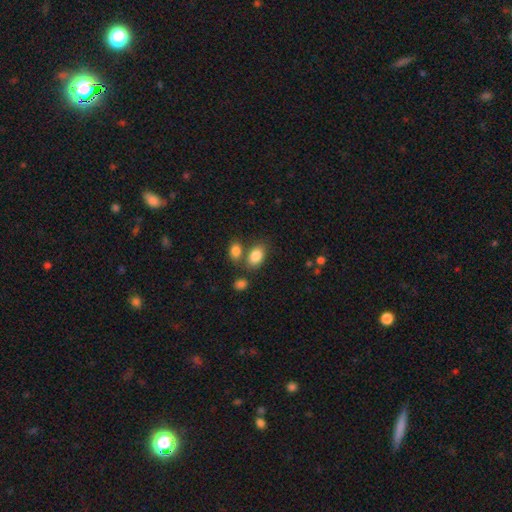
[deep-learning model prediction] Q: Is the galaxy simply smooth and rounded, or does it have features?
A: smooth — 84%.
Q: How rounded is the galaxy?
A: in between — 83%.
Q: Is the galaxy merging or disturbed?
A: none — 60%.